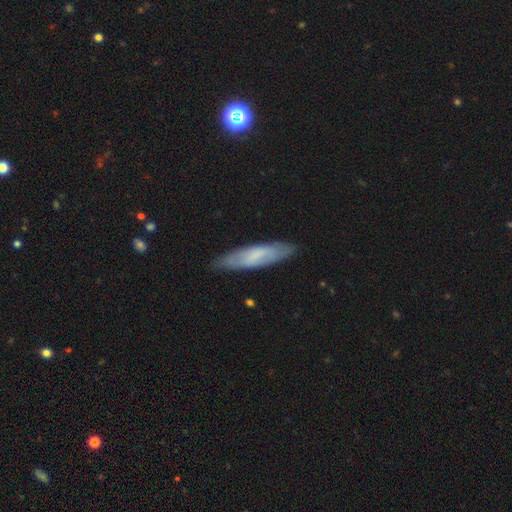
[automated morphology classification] A smooth galaxy with no disk features (59%) that is cigar-shaped (72%). Merging: none (83%).